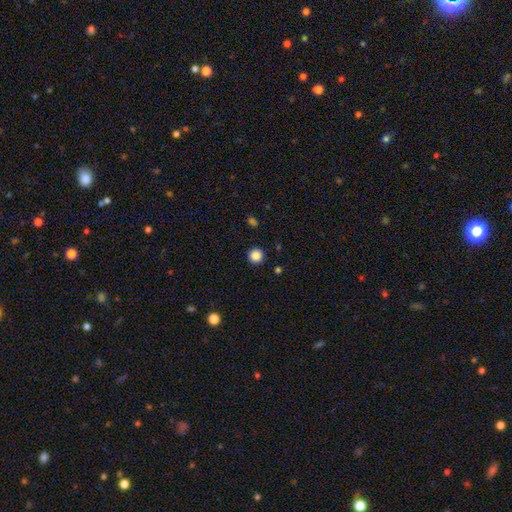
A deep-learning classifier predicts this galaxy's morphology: The model was most divided on "smooth or featured": smooth: 86%, star or artifact: 11%, featured or disk: 3%. More confident: how rounded — round (96%); merging — none (92%).